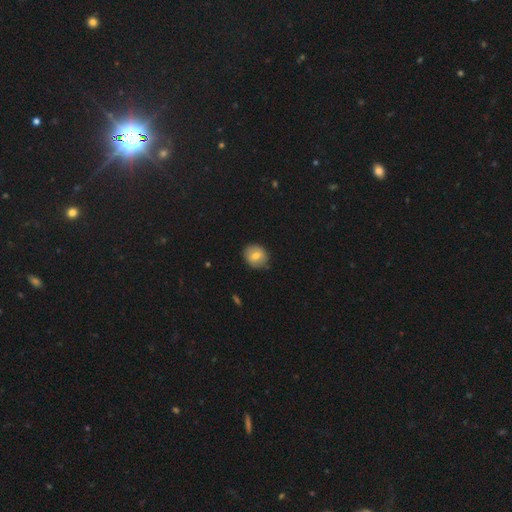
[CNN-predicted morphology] smooth_or_featured: smooth (p=0.70) [alt: featured or disk p=0.22]
how_rounded: round (p=0.76) [alt: in between p=0.23]
merging: none (p=0.83) [alt: minor disturbance p=0.14]